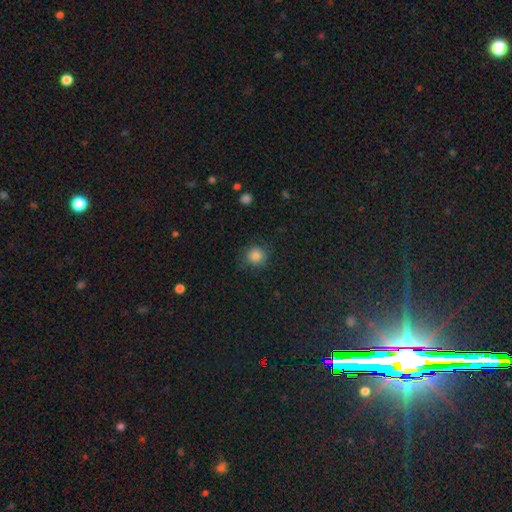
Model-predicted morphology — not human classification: Smooth or featured? smooth (81%)
How rounded? round (90%)
Merging? none (78%)